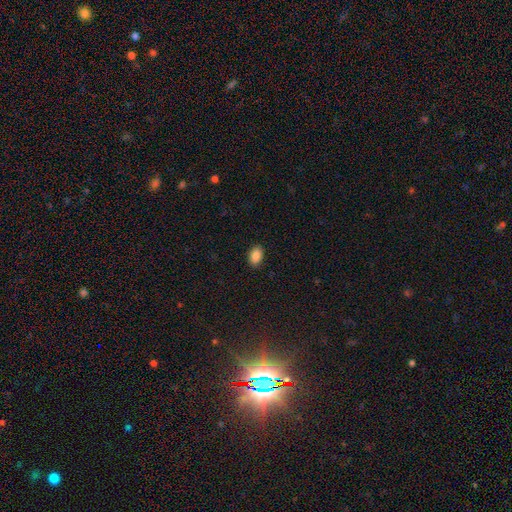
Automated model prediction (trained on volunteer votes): A smooth galaxy with no disk features (88%) that is in between round and cigar-shaped (88%). Merging: none (90%).